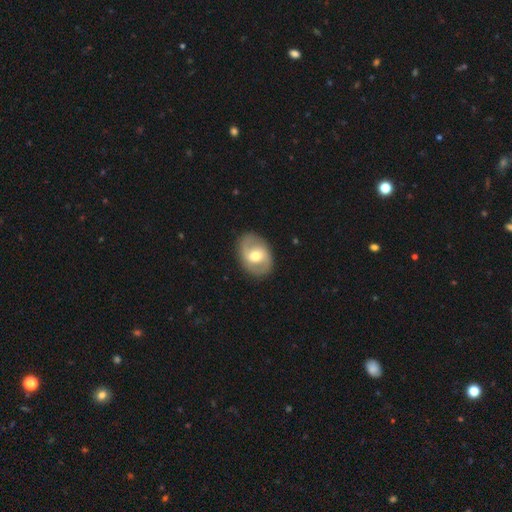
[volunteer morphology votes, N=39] featured or disk 56%, smooth 38%, star or artifact 5%. Down the decision tree: edge-on disk — no (91%); bar — weak (45%); spiral arms — yes (85%); spiral arm count — 2 (100%); spiral winding — medium (59%); bulge size — moderate (70%); merging — none (95%).